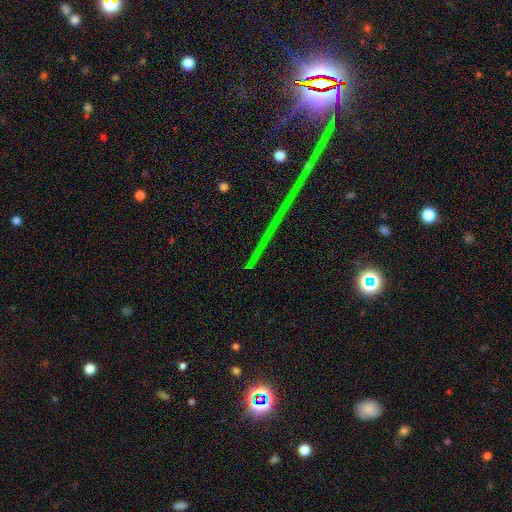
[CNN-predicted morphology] Smooth or featured? star or artifact (81%)